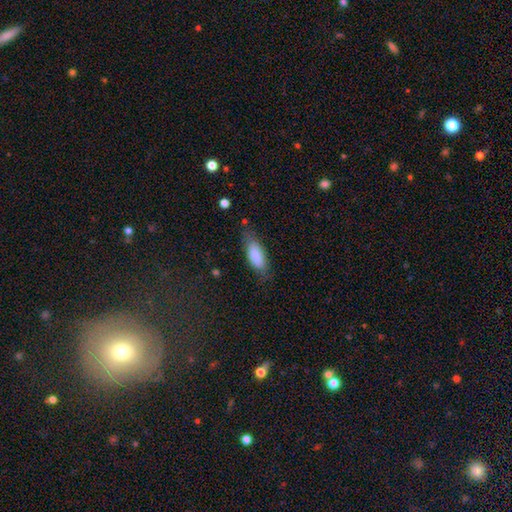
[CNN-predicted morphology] A smooth galaxy with no disk features (85%) that is in between round and cigar-shaped (75%). Merging: none (68%).